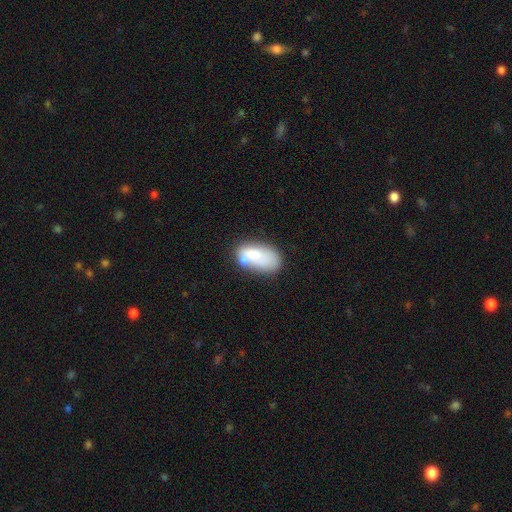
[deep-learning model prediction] Q: Smooth or featured?
A: smooth (67%); runner-up: featured or disk (25%)
Q: How rounded?
A: in between (92%); runner-up: round (6%)
Q: Merging?
A: none (41%); runner-up: merger (24%)